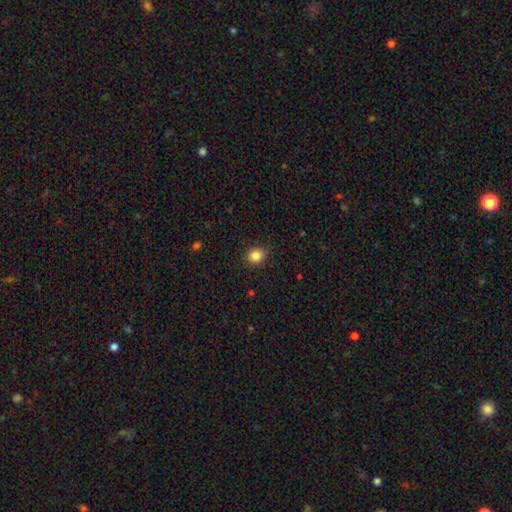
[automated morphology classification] A smooth galaxy with no disk features (86%) that is round (71%). Merging: none (88%).